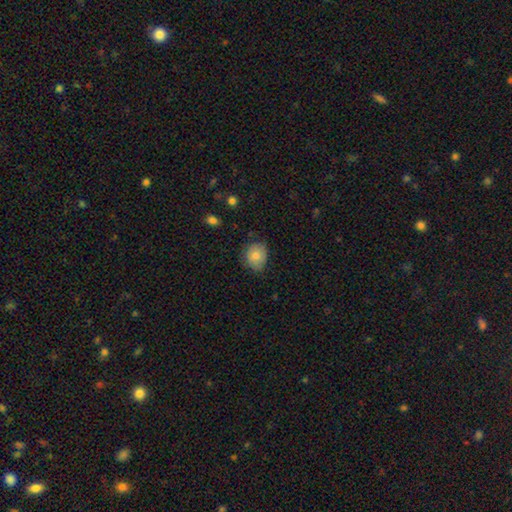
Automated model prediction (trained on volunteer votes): This appears to be a smooth galaxy with no disk features (80%) that is round (71%). Merging: none (73%).